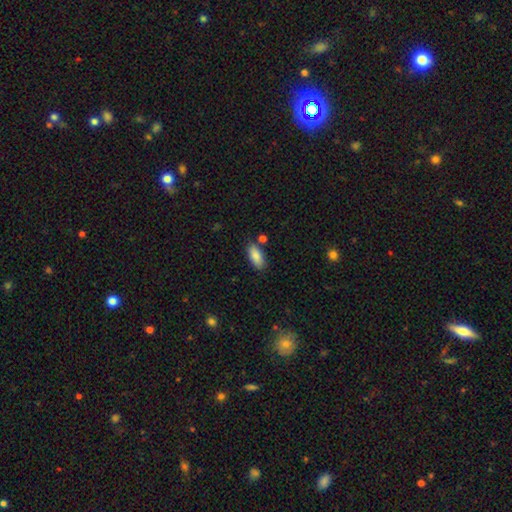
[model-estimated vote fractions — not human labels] A smooth galaxy with no disk features (87%) that is in between round and cigar-shaped (87%). Merging: none (81%).